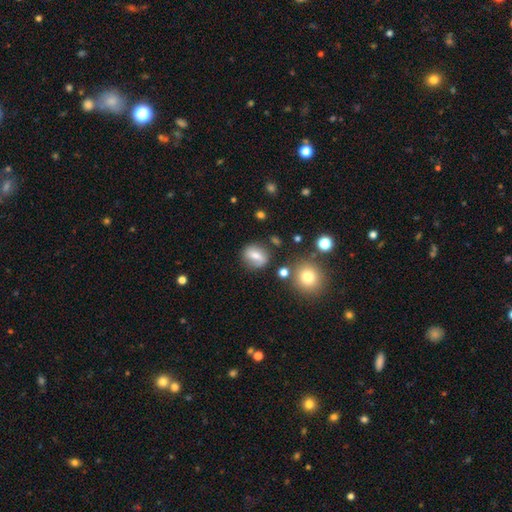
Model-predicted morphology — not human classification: smooth-or-featured: smooth: 62% | featured or disk: 27% | star or artifact: 11%
  how-rounded: round: 60% | in between: 37% | cigar-shaped: 2%
  merging: none: 74% | minor disturbance: 15% | merger: 5% | major disturbance: 5%